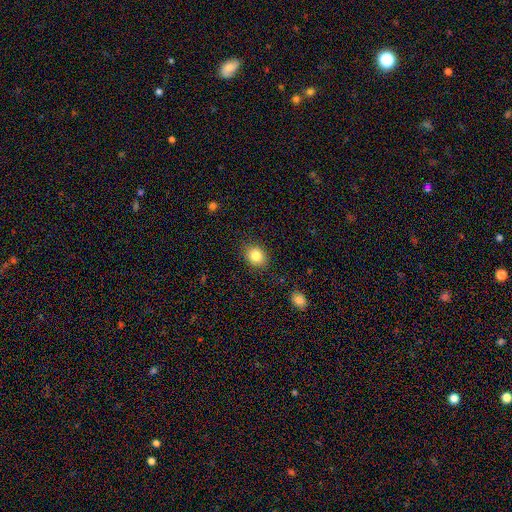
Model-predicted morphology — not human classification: Smooth or featured?
  - smooth: 84% *
  - star or artifact: 10%
  - featured or disk: 7%
How rounded?
  - round: 60% *
  - in between: 39%
  - cigar-shaped: 1%
Merging?
  - none: 87% *
  - minor disturbance: 9%
  - major disturbance: 3%
  - merger: 1%